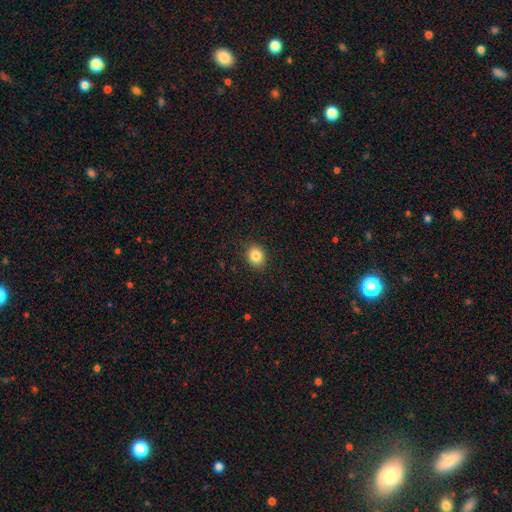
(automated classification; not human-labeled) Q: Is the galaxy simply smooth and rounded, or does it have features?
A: smooth — 84%.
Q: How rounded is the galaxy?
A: round — 62%.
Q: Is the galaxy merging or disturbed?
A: none — 89%.